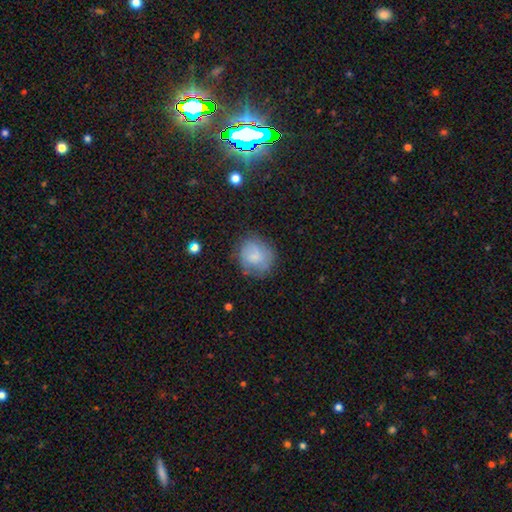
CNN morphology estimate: A smooth galaxy with no disk features (68%) that is round (82%). Merging: none (69%).